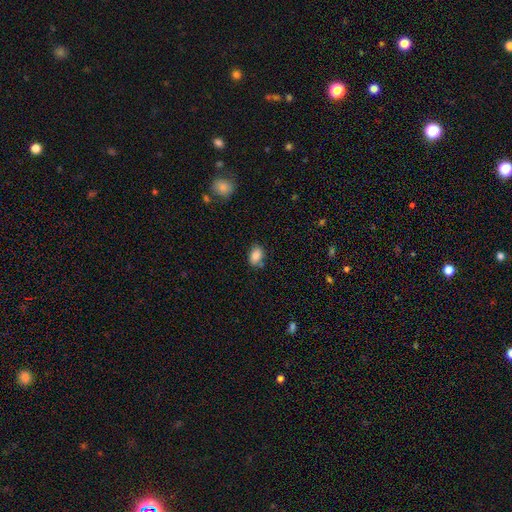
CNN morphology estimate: smooth-or-featured: smooth: 85% | star or artifact: 9% | featured or disk: 6%
  how-rounded: in between: 81% | round: 17% | cigar-shaped: 1%
  merging: none: 70% | minor disturbance: 19% | merger: 7% | major disturbance: 4%